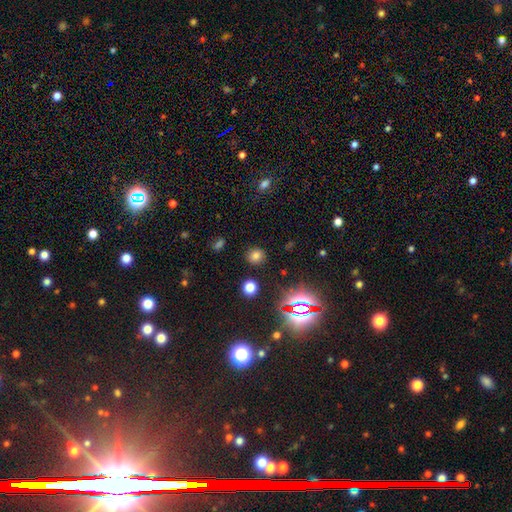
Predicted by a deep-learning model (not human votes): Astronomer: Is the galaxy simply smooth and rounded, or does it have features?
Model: smooth — 73%.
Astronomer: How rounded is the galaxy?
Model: round — 86%.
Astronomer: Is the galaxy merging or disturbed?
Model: none — 88%.